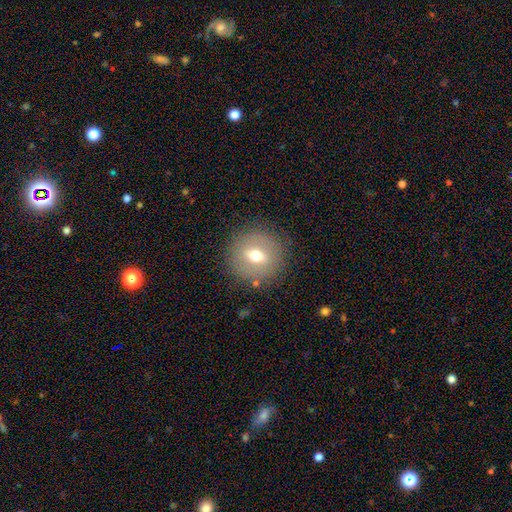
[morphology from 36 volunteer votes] A smooth galaxy with no disk features (75%) that is round (89%).

Vote fractions:
- Smooth or featured? smooth: 75% / featured or disk: 25% / star or artifact: 0%
- How rounded? round: 89% / in between: 7% / cigar-shaped: 4%
- Merging? none: 75% / minor disturbance: 14% / major disturbance: 6% / merger: 6%